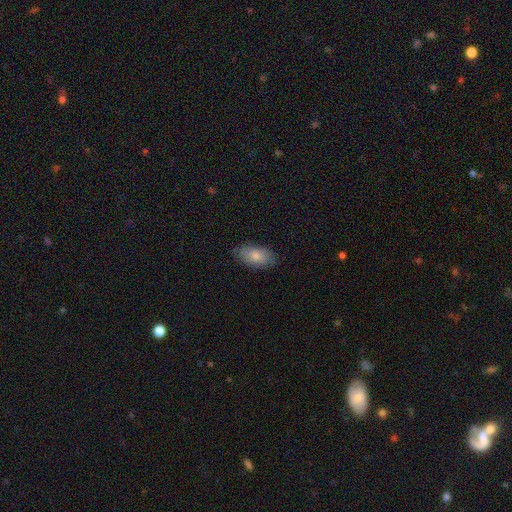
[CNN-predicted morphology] Smooth or featured?
  - smooth: 80% *
  - featured or disk: 13%
  - star or artifact: 6%
How rounded?
  - in between: 93% *
  - round: 4%
  - cigar-shaped: 3%
Merging?
  - none: 80% *
  - minor disturbance: 16%
  - major disturbance: 3%
  - merger: 1%